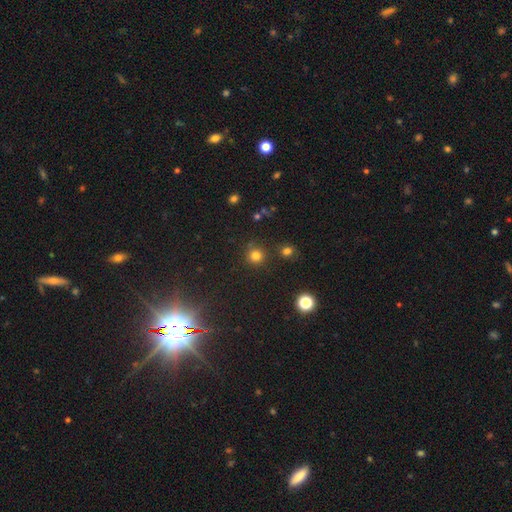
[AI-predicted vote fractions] This appears to be a smooth galaxy with no disk features (77%) that is round (93%). Merging: none (83%).